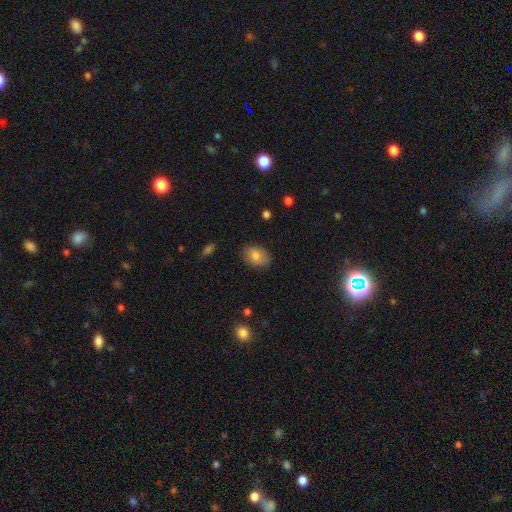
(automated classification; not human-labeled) smooth 80%, featured or disk 12%, star or artifact 8%. Down the decision tree: how rounded — in between (83%); merging — none (85%).